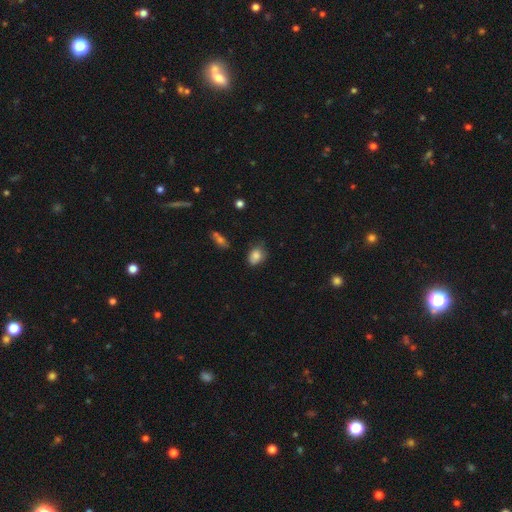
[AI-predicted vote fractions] Smooth or featured?
  - smooth: 81% *
  - featured or disk: 10%
  - star or artifact: 9%
How rounded?
  - in between: 60% *
  - round: 39%
  - cigar-shaped: 1%
Merging?
  - none: 58% *
  - minor disturbance: 32%
  - major disturbance: 7%
  - merger: 2%